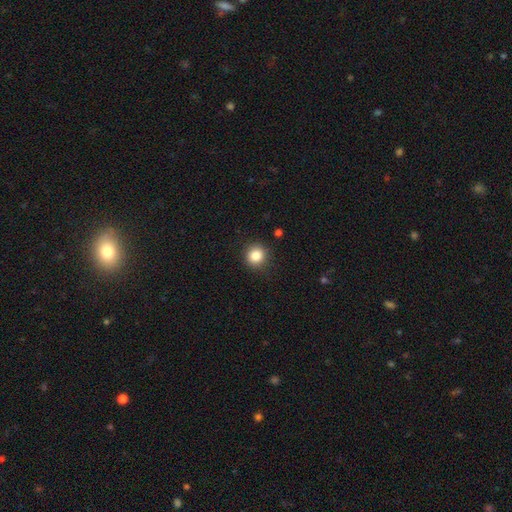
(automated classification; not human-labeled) A smooth galaxy with no disk features (85%) that is round (91%).

Vote fractions:
- Smooth or featured? smooth: 85% / star or artifact: 11% / featured or disk: 5%
- How rounded? round: 91% / in between: 8% / cigar-shaped: 1%
- Merging? none: 89% / minor disturbance: 7% / major disturbance: 2% / merger: 1%